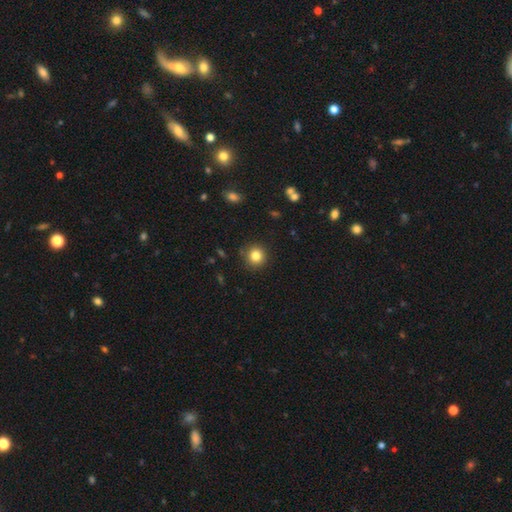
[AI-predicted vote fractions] A smooth galaxy with no disk features (83%) that is round (92%).

Vote fractions:
- Smooth or featured? smooth: 83% / star or artifact: 11% / featured or disk: 6%
- How rounded? round: 92% / in between: 7% / cigar-shaped: 1%
- Merging? none: 89% / minor disturbance: 8% / major disturbance: 2% / merger: 1%